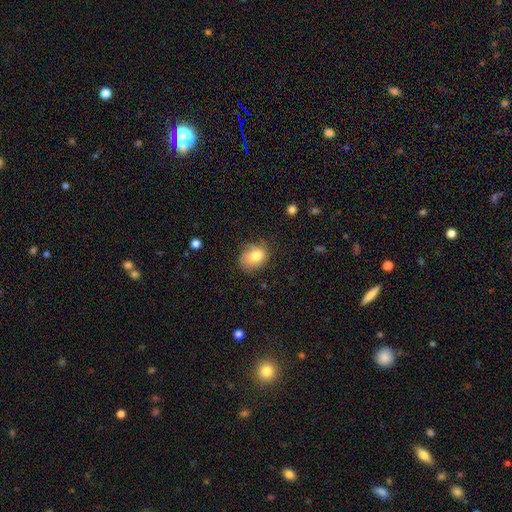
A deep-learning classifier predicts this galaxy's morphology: A smooth galaxy with no disk features (72%) that is in between round and cigar-shaped (57%).

Vote fractions:
- Smooth or featured? smooth: 72% / featured or disk: 19% / star or artifact: 9%
- How rounded? in between: 57% / round: 42% / cigar-shaped: 1%
- Merging? none: 57% / minor disturbance: 29% / major disturbance: 12% / merger: 2%